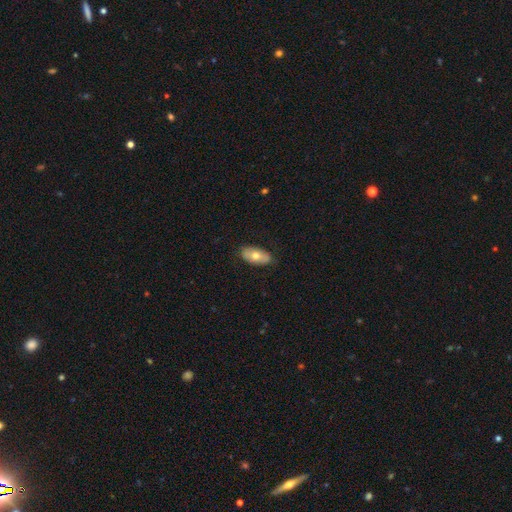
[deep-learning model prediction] Smooth or featured: smooth — 65% (featured or disk — 29%)
How rounded: in between — 92% (cigar-shaped — 4%)
Merging: none — 83% (minor disturbance — 14%)